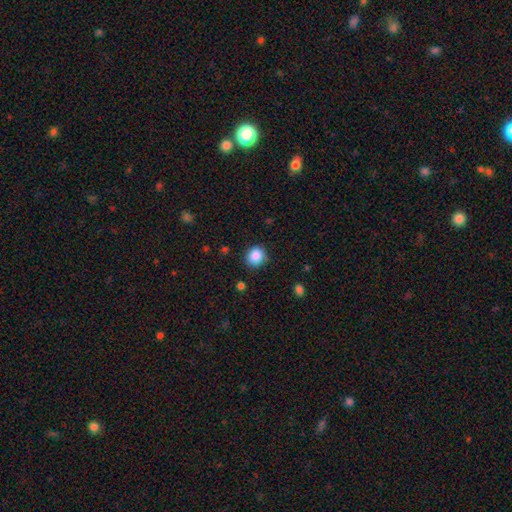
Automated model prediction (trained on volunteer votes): This appears to be a smooth galaxy with no disk features (87%) that is round (81%). Merging: none (84%).